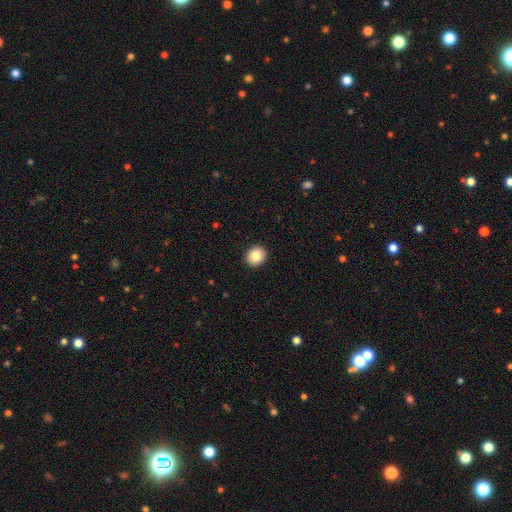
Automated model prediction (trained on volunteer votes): This appears to be a smooth galaxy with no disk features (85%) that is round (78%). Merging: none (92%).